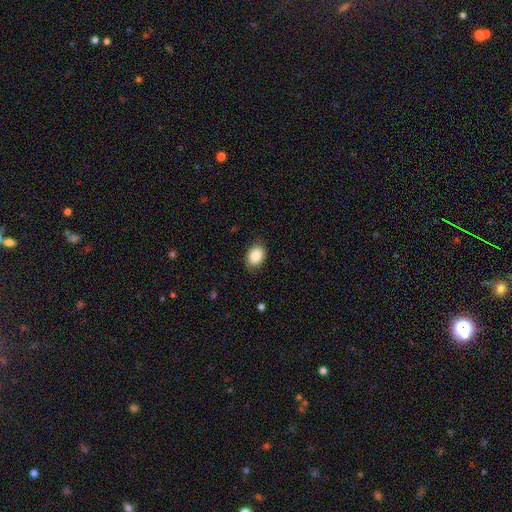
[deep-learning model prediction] Q: Smooth or featured?
A: smooth (88%); runner-up: star or artifact (7%)
Q: How rounded?
A: in between (77%); runner-up: round (22%)
Q: Merging?
A: none (85%); runner-up: minor disturbance (12%)